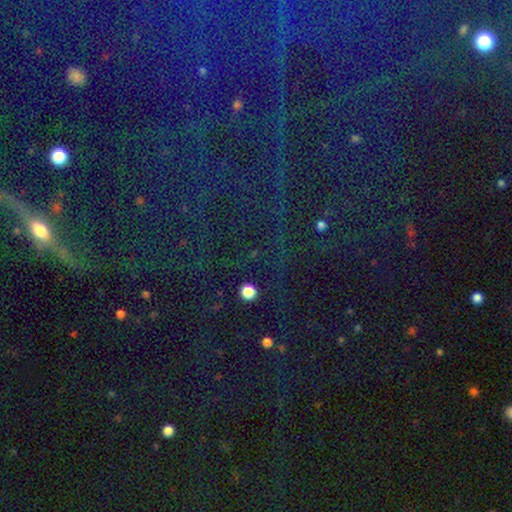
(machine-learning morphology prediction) A star or artifact, not a galaxy (84%).